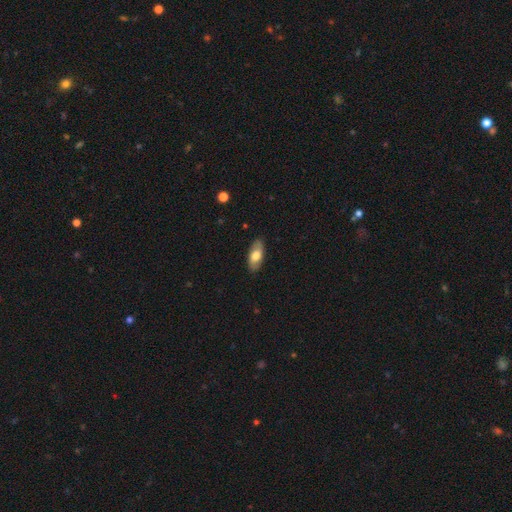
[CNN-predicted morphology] This is likely a smooth galaxy (68%). How rounded: clearly in between (85%). Merging: clearly none (87%).